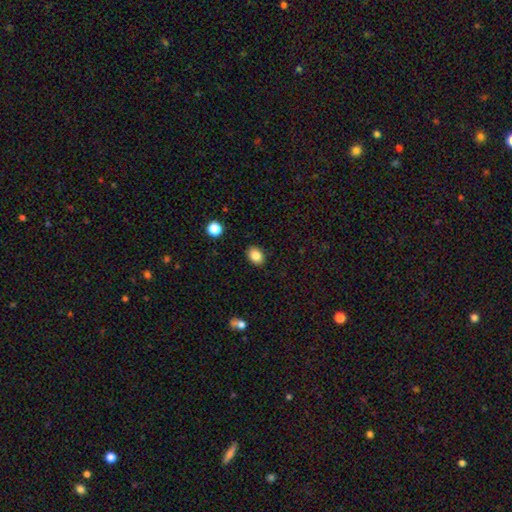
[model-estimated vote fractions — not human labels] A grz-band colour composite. It shows a smooth galaxy with no disk features (84%) that is in between round and cigar-shaped (71%). Merging: none (89%).